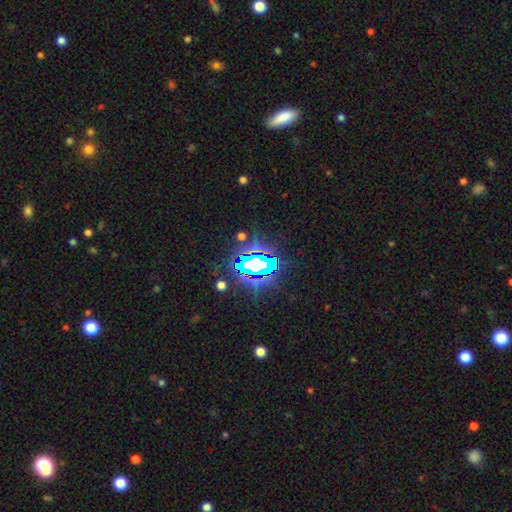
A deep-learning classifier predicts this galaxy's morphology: A star or artifact, not a galaxy (79%).